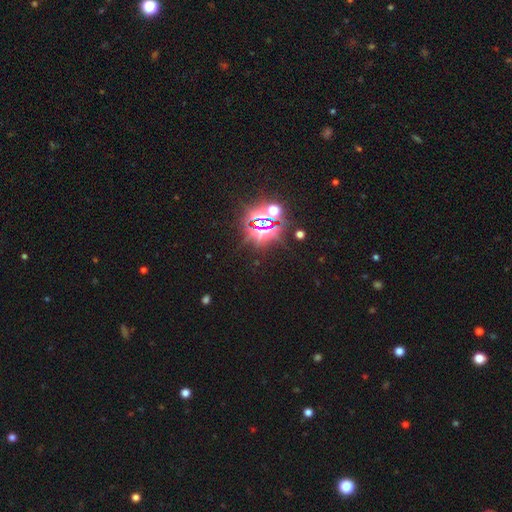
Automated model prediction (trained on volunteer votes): Smooth or featured? Predicted: star or artifact (p=0.84).